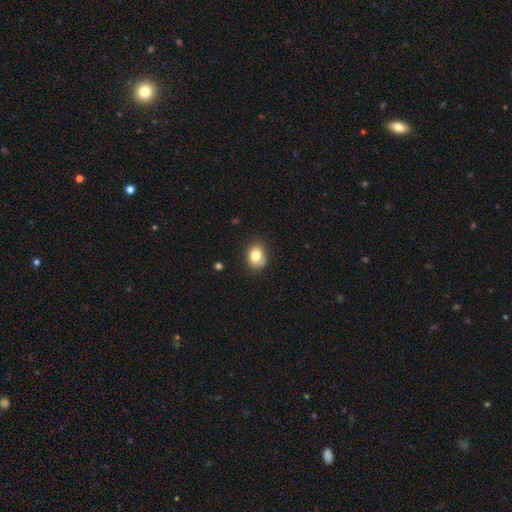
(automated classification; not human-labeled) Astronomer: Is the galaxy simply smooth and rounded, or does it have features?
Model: smooth — 81%.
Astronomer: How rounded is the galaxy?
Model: in between — 52% (runner-up: round, 47%).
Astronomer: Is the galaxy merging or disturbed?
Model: none — 76%.